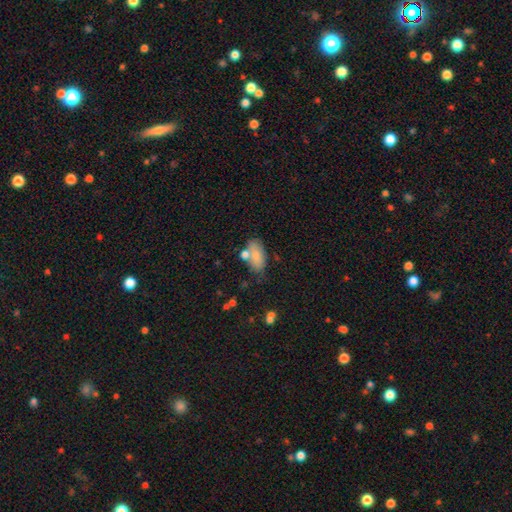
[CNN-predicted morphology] smooth-or-featured: smooth: 76% | featured or disk: 16% | star or artifact: 8%
  how-rounded: in between: 90% | round: 5% | cigar-shaped: 5%
  merging: none: 55% | minor disturbance: 20% | merger: 19% | major disturbance: 6%